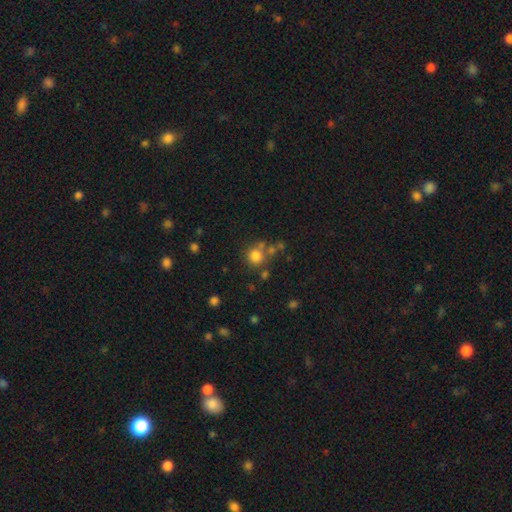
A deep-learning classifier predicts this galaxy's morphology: Q: Smooth or featured?
A: smooth (77%); runner-up: star or artifact (15%)
Q: How rounded?
A: round (91%); runner-up: in between (9%)
Q: Merging?
A: none (65%); runner-up: merger (19%)